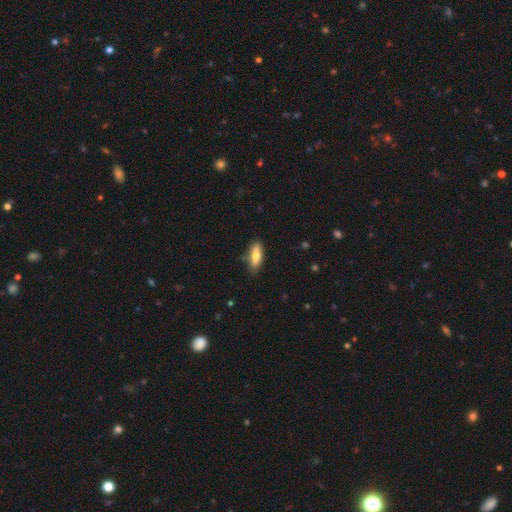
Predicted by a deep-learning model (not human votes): Overall: smooth (69%). How rounded: in between (63%; cigar-shaped 34%). Merging: none (72%).